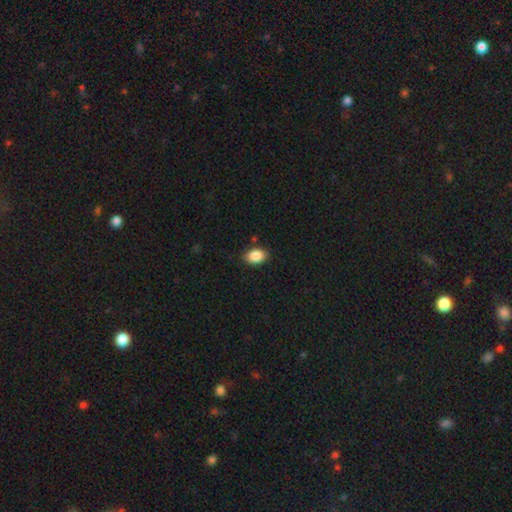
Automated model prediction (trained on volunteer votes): The model was most divided on "how rounded": in between: 81%, round: 17%, cigar-shaped: 1%. More confident: smooth or featured — smooth (88%); merging — none (86%).